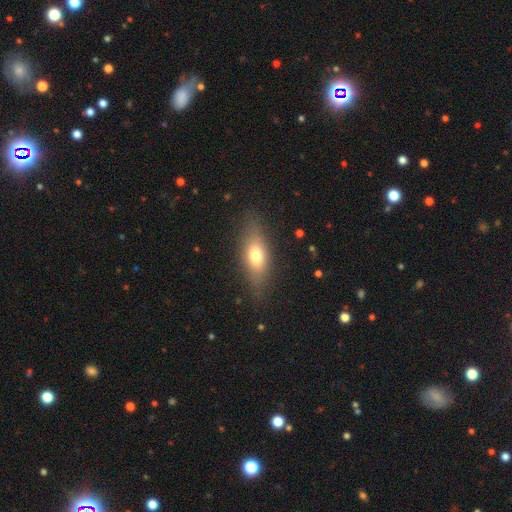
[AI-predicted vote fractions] Overall: smooth (69%). How rounded: in between (73%). Merging: none (81%).